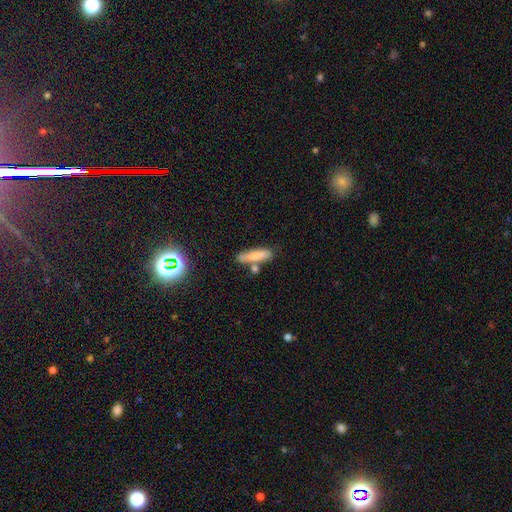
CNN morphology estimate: type=smooth (78%); roundness=cigar-shaped (73%); merging=none (65%).